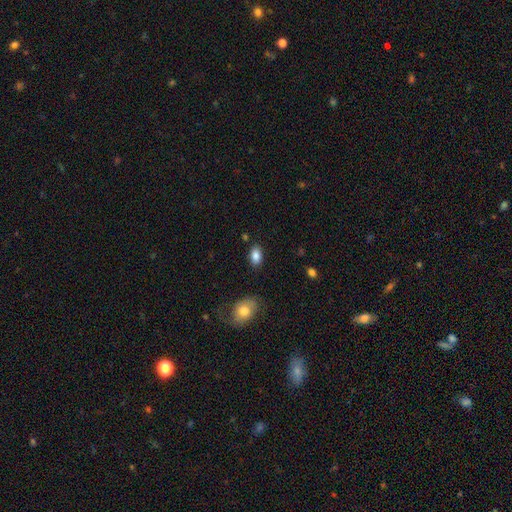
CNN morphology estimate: A smooth galaxy with no disk features (86%) that is in between round and cigar-shaped (90%). Merging: none (85%).